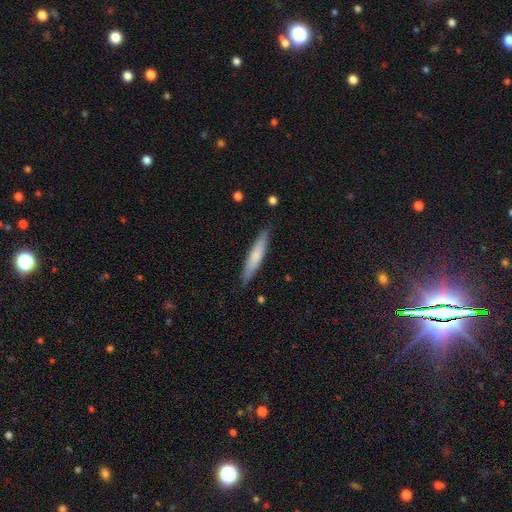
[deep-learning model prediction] Smooth or featured? Predicted: smooth (p=0.67). How rounded? Predicted: cigar-shaped (p=0.91). Merging? Predicted: none (p=0.88).